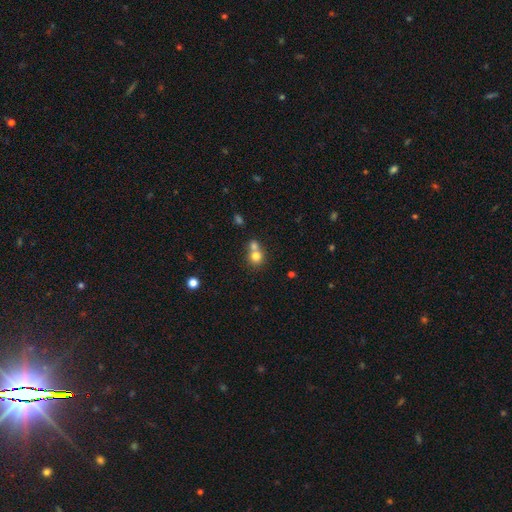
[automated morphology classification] A smooth galaxy with no disk features (76%) that is round (83%). Merging: merger (53%).